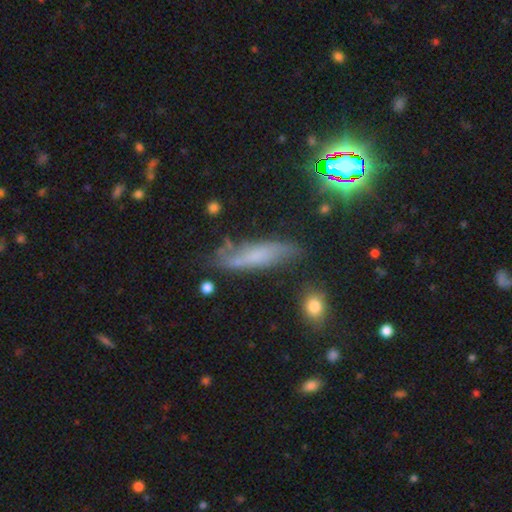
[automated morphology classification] Smooth or featured: smooth — 45% (featured or disk — 40%)
Merging: none — 65% (minor disturbance — 24%)